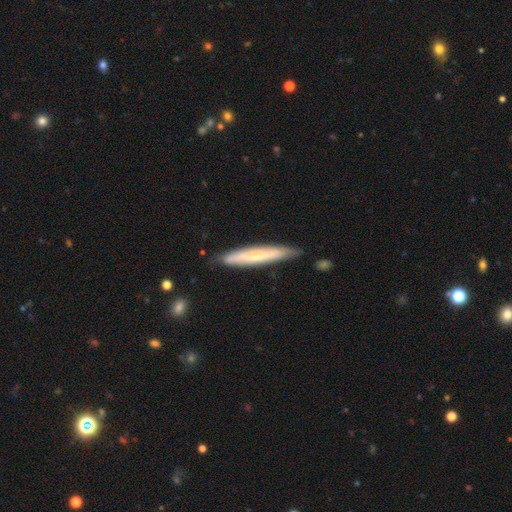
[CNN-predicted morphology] Smooth or featured: smooth — 55% (featured or disk — 40%)
How rounded: cigar-shaped — 95% (in between — 4%)
Merging: none — 81% (minor disturbance — 15%)